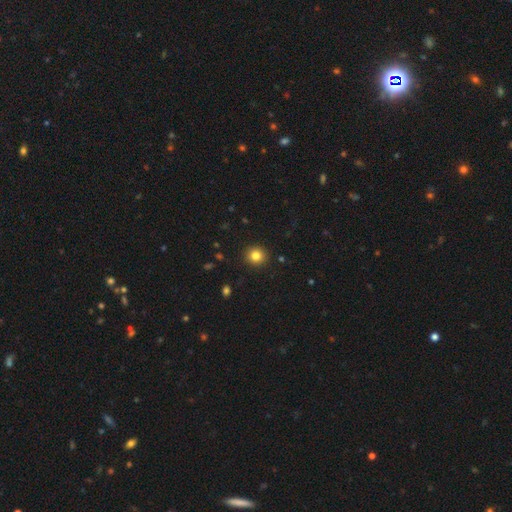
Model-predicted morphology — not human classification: Smooth or featured? smooth (81%)
How rounded? round (91%)
Merging? none (92%)